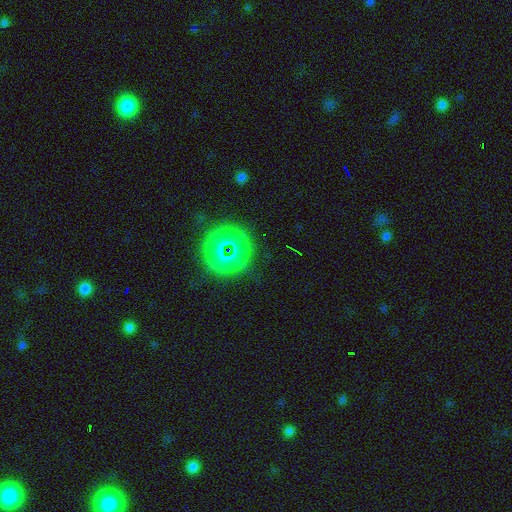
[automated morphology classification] This is likely a star or artifact rather than a galaxy (75%).